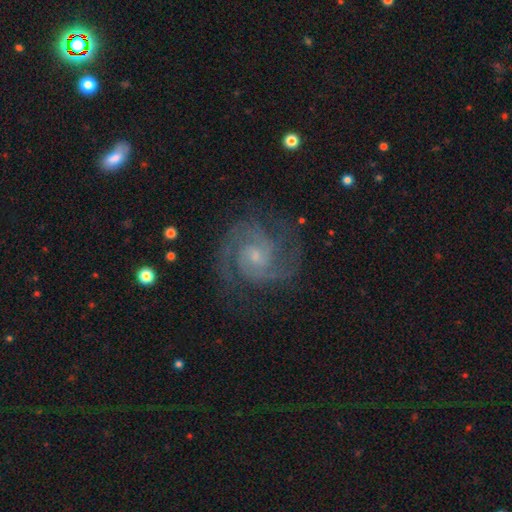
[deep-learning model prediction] The model was most divided on "spiral winding": tight: 51%, medium: 43%, loose: 6%. More confident: spiral arms — yes (98%); edge-on disk — no (98%); smooth or featured — featured or disk (91%); merging — none (78%); spiral arm count — 2 (73%); bulge size — small (67%); bar — no (61%).